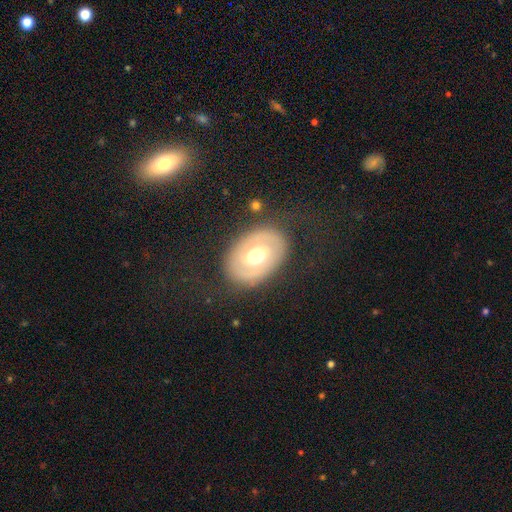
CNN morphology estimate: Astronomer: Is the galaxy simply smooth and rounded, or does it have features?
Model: featured or disk — 57% (runner-up: smooth, 37%).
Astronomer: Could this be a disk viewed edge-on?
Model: no — 93%.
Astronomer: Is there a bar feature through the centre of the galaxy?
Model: no — 78%.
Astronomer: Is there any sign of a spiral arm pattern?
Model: no — 79%.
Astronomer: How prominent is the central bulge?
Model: moderate — 52% (runner-up: large, 38%).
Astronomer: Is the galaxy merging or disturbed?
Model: none — 79%.